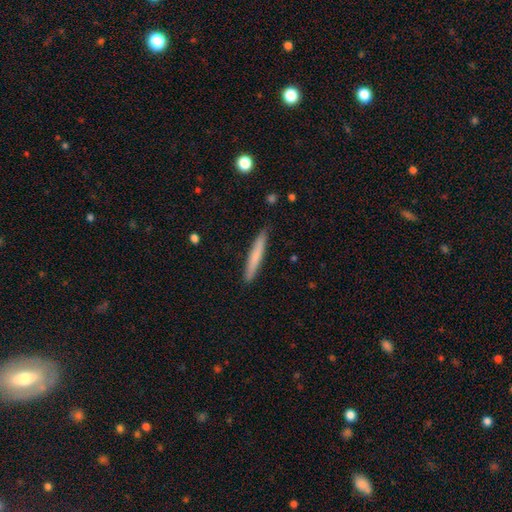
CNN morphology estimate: smooth-or-featured: smooth: 70% | featured or disk: 24% | star or artifact: 6%
  how-rounded: cigar-shaped: 95% | in between: 4% | round: 1%
  merging: none: 89% | minor disturbance: 8% | major disturbance: 2% | merger: 1%